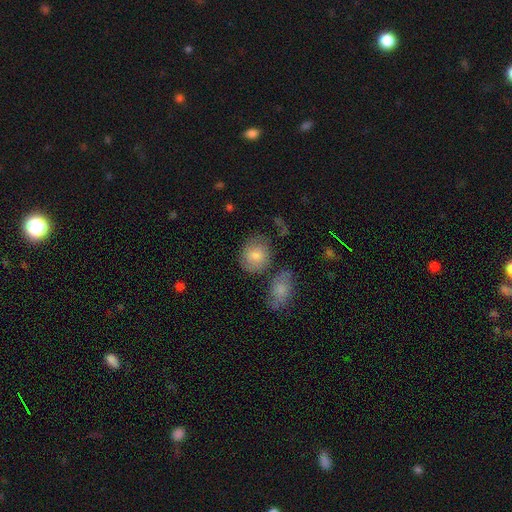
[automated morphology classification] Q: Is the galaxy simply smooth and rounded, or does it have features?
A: smooth — 78%.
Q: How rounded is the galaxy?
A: round — 70%.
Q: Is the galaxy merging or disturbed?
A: none — 65%.